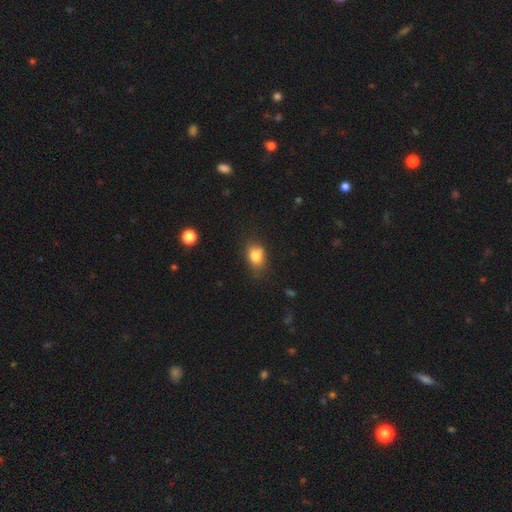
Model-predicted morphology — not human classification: A smooth galaxy with no disk features (80%) that is in between round and cigar-shaped (63%). Merging: none (60%).